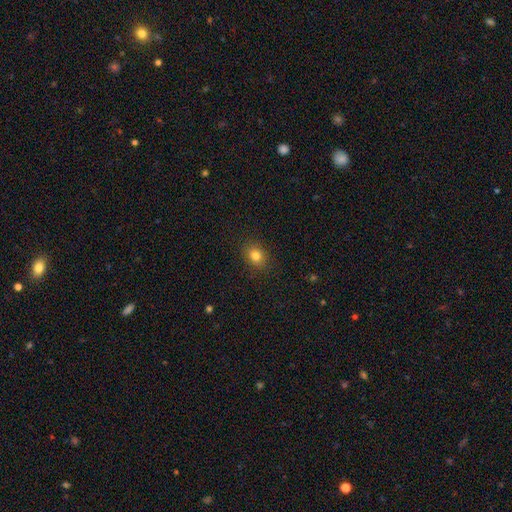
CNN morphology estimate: type=smooth (81%); roundness=round (50%); merging=none (88%).